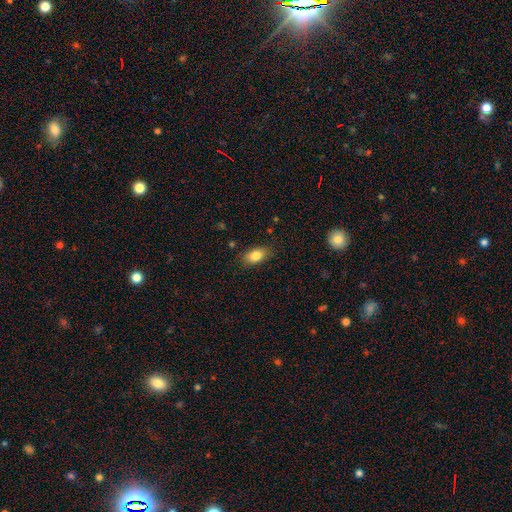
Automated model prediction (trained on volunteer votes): The model was most divided on "merging": none: 83%, minor disturbance: 13%, major disturbance: 3%, merger: 1%. More confident: how rounded — in between (88%); smooth or featured — smooth (84%).